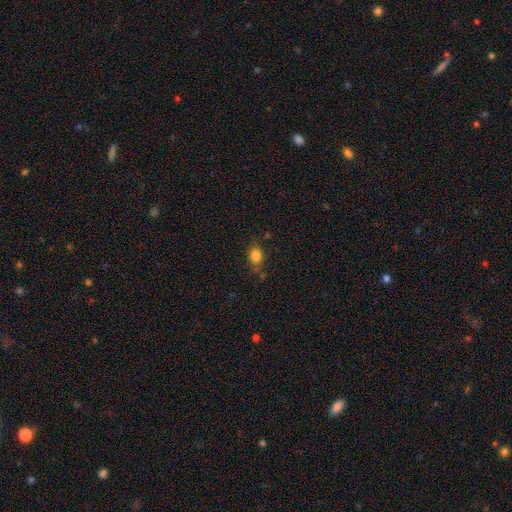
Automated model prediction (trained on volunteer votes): Smooth or featured? smooth (83%)
How rounded? in between (53%)
Merging? none (72%)